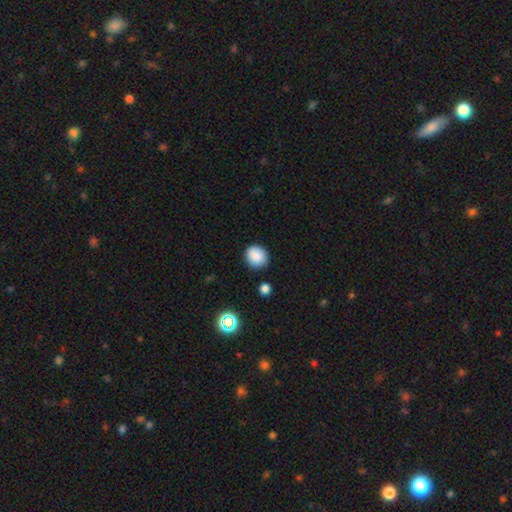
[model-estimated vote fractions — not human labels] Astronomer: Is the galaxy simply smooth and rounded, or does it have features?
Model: smooth — 86%.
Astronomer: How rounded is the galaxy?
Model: round — 78%.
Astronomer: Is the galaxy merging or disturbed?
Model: none — 84%.